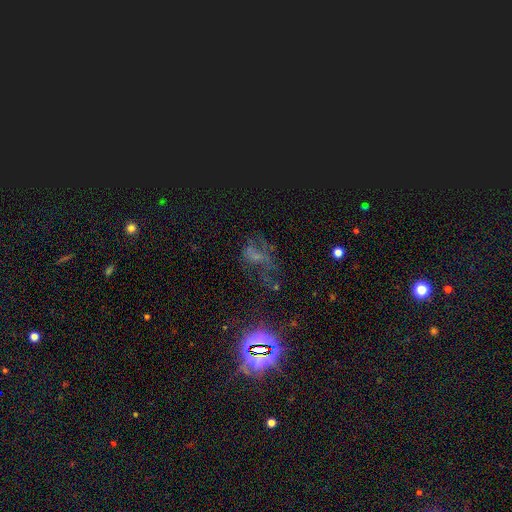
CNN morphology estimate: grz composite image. It shows a star or artifact, not a galaxy (42%).